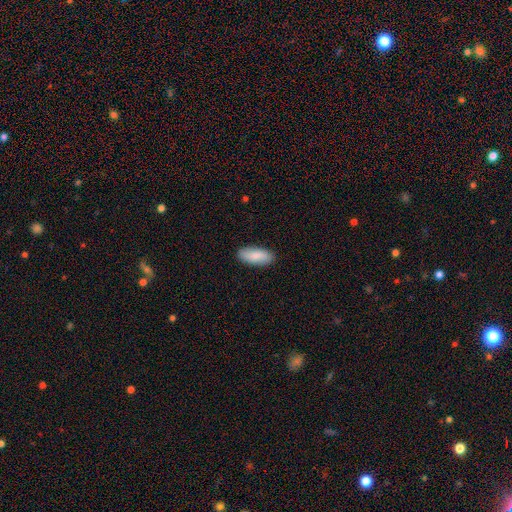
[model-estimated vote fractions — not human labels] A smooth galaxy with no disk features (85%) that is in between round and cigar-shaped (82%). Merging: none (89%).